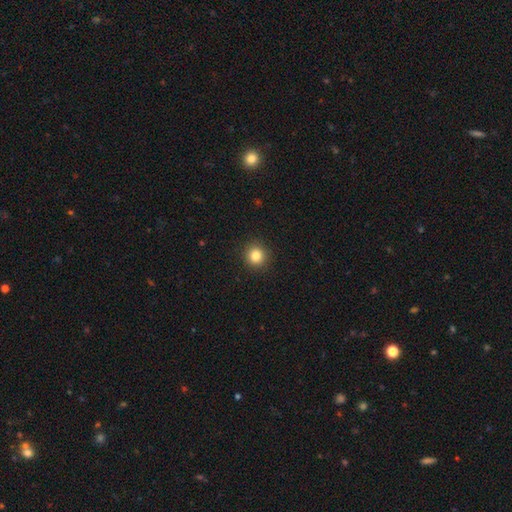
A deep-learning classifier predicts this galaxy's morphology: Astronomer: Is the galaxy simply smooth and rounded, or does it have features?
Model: smooth — 83%.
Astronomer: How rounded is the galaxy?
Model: round — 93%.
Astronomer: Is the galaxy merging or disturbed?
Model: none — 93%.